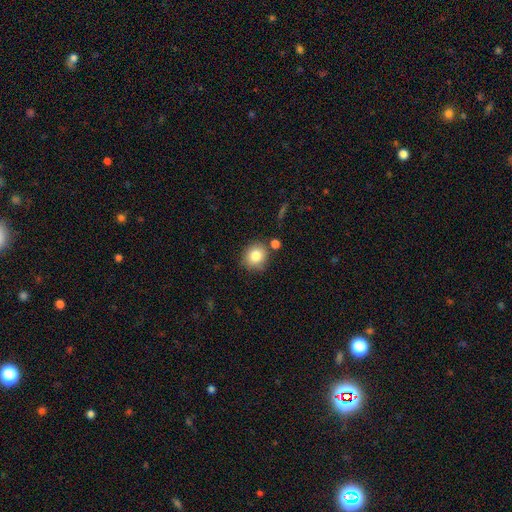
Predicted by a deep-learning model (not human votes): Q: Smooth or featured?
A: smooth (82%); runner-up: star or artifact (10%)
Q: How rounded?
A: round (83%); runner-up: in between (16%)
Q: Merging?
A: none (78%); runner-up: minor disturbance (11%)